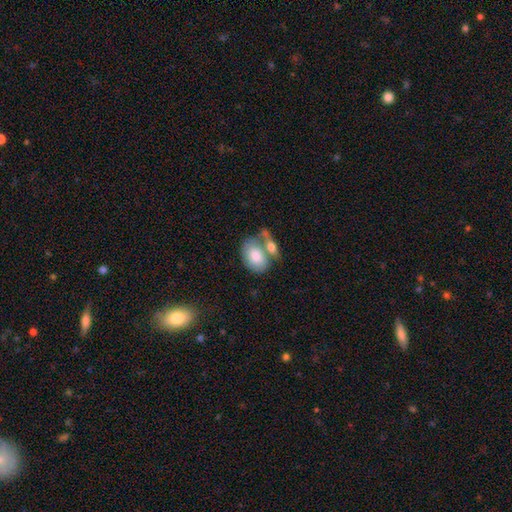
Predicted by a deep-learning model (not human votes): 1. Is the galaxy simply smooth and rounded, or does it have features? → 76% smooth, 18% featured or disk, 6% star or artifact.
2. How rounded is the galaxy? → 84% in between, 15% round, 2% cigar-shaped.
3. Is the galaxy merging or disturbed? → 44% merger, 34% none, 15% minor disturbance, 7% major disturbance.